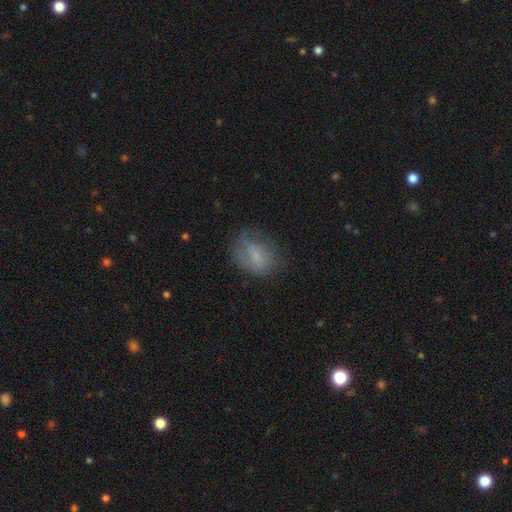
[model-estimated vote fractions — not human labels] Overall: smooth (57%; featured or disk 34%). How rounded: in between (65%; round 34%). Merging: none (55%; minor disturbance 26%).